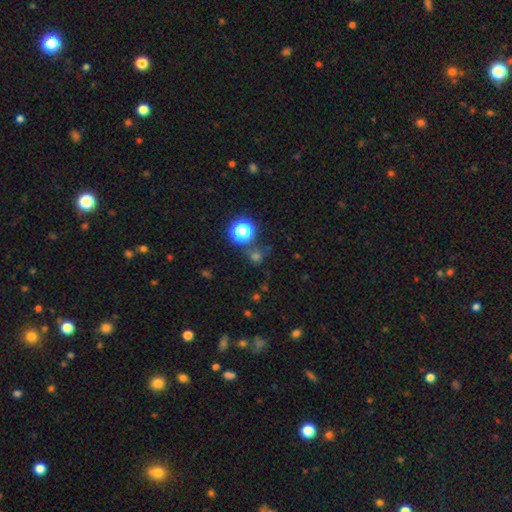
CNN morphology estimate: smooth_or_featured: smooth (p=0.54) [alt: star or artifact p=0.39]
how_rounded: round (p=0.88) [alt: in between p=0.10]
merging: none (p=0.73) [alt: minor disturbance p=0.11]